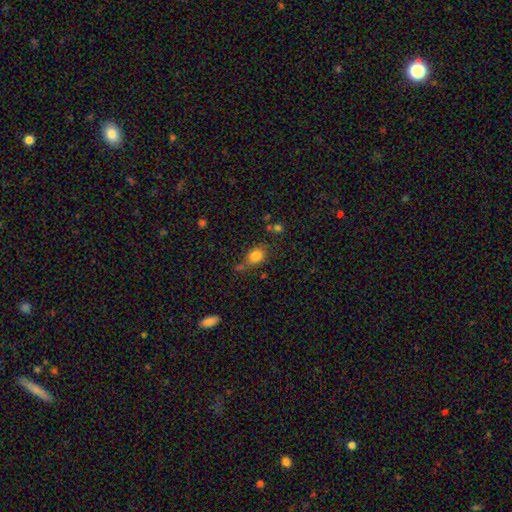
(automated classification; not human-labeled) Q: Smooth or featured?
A: smooth (82%); runner-up: star or artifact (10%)
Q: How rounded?
A: in between (73%); runner-up: round (25%)
Q: Merging?
A: none (57%); runner-up: minor disturbance (22%)